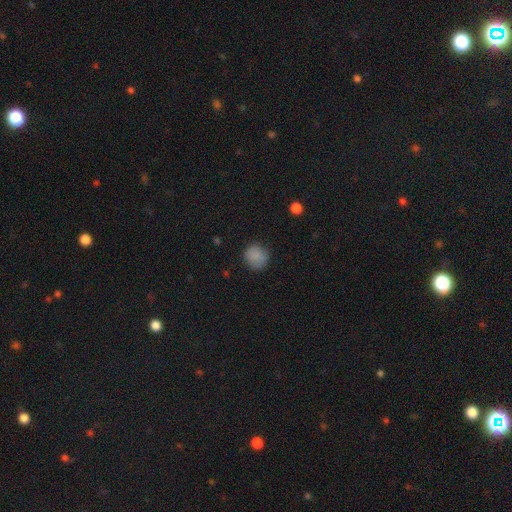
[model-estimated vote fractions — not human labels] This is clearly a smooth galaxy (85%). How rounded: clearly round (86%). Merging: clearly none (82%).